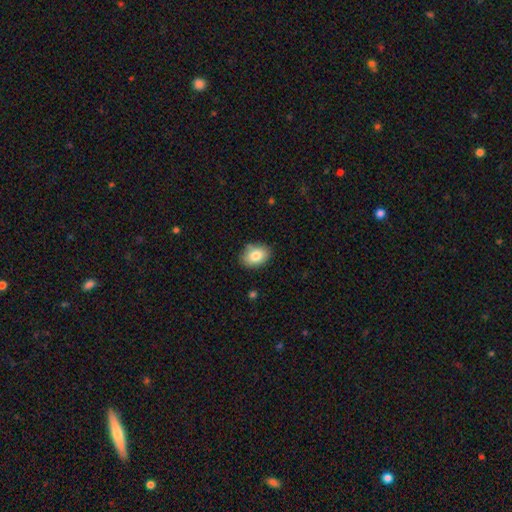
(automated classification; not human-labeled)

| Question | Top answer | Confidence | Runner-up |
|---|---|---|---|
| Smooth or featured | smooth | 82% | featured or disk (10%) |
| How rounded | in between | 79% | round (20%) |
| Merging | none | 82% | minor disturbance (14%) |